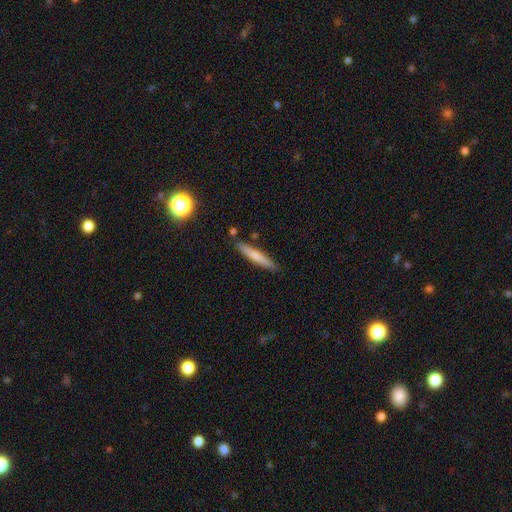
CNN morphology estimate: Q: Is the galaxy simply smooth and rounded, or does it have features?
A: smooth — 65%.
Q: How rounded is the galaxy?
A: cigar-shaped — 93%.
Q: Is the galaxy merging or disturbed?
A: none — 86%.